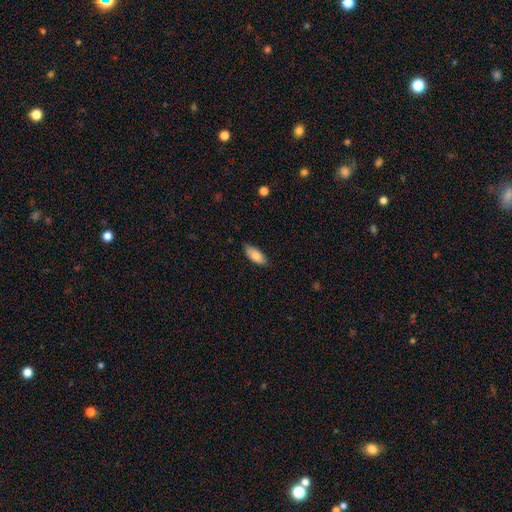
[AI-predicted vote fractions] A smooth galaxy with no disk features (81%) that is in between round and cigar-shaped (85%). Merging: none (82%).